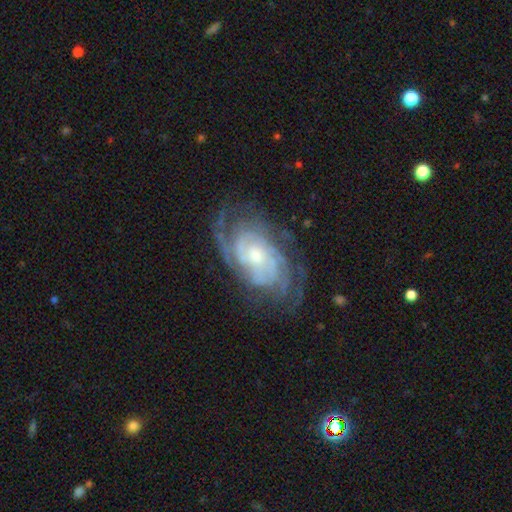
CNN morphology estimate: Smooth or featured? Predicted: featured or disk (p=0.87). Edge-on disk? Predicted: no (p=0.96). Bar? Predicted: no (p=0.70). Spiral arms? Predicted: yes (p=0.96). Spiral winding? Predicted: tight (p=0.67). Spiral arm count? Predicted: can't tell (p=0.36). Bulge size? Predicted: small (p=0.49). Merging? Predicted: none (p=0.70).